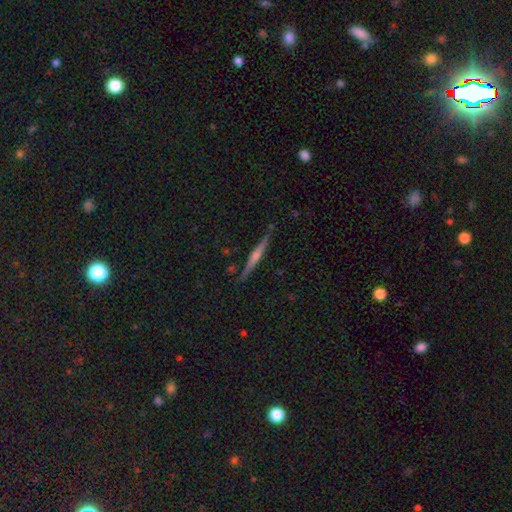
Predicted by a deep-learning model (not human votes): Smooth or featured: featured or disk — 67% (smooth — 26%)
Edge-on disk: yes — 98% (no — 2%)
Edge-on bulge: rounded — 70% (none — 19%)
Merging: none — 89% (minor disturbance — 8%)